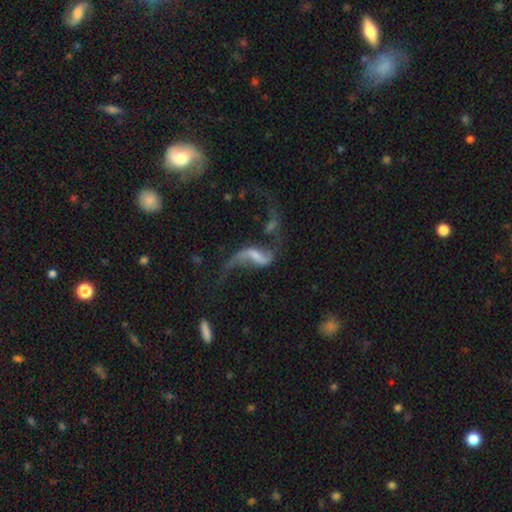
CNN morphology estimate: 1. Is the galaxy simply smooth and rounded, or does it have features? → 82% featured or disk, 10% smooth, 9% star or artifact.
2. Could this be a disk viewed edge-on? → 94% no, 6% yes.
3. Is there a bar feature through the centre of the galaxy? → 42% weak, 32% strong, 26% no.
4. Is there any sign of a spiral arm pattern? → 90% yes, 10% no.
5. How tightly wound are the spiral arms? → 92% loose, 6% medium, 2% tight.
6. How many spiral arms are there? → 86% 2, 9% 1, 2% can't tell, 1% 3, 1% 4, 1% more than 4.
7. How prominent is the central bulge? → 42% small, 27% none, 25% moderate, 4% large, 2% dominant.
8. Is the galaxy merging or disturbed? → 39% none, 30% major disturbance, 17% merger, 15% minor disturbance.